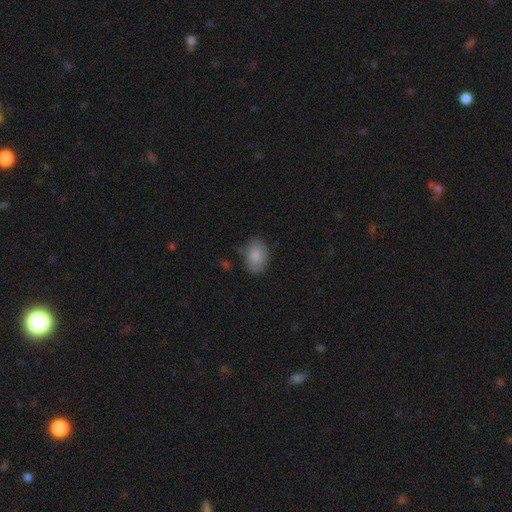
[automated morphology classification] type=smooth (85%); roundness=in between (77%); merging=none (70%).